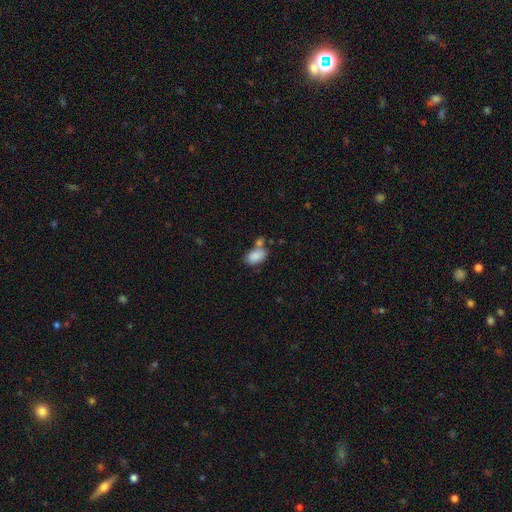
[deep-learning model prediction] smooth 85%, star or artifact 8%, featured or disk 7%. Down the decision tree: how rounded — in between (91%); merging — none (49%).